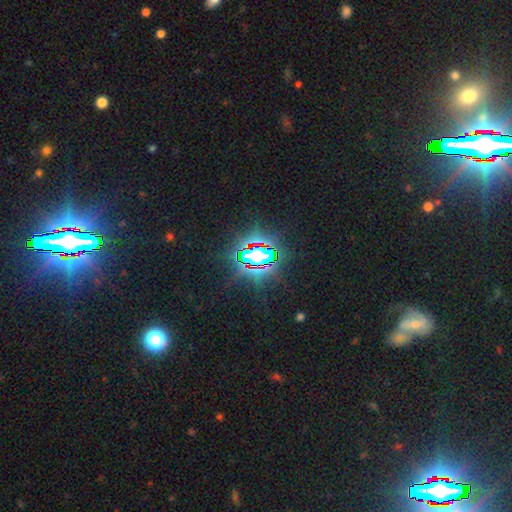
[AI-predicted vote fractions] Overall: star or artifact (78%).